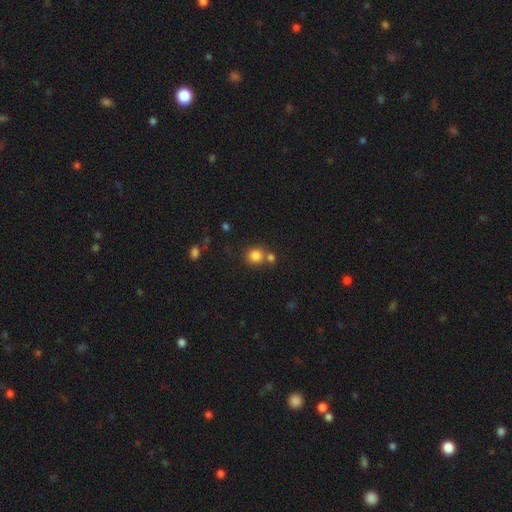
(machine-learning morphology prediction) Smooth or featured?
  - smooth: 83% *
  - star or artifact: 11%
  - featured or disk: 6%
How rounded?
  - round: 87% *
  - in between: 12%
  - cigar-shaped: 1%
Merging?
  - none: 63% *
  - merger: 26%
  - minor disturbance: 8%
  - major disturbance: 3%